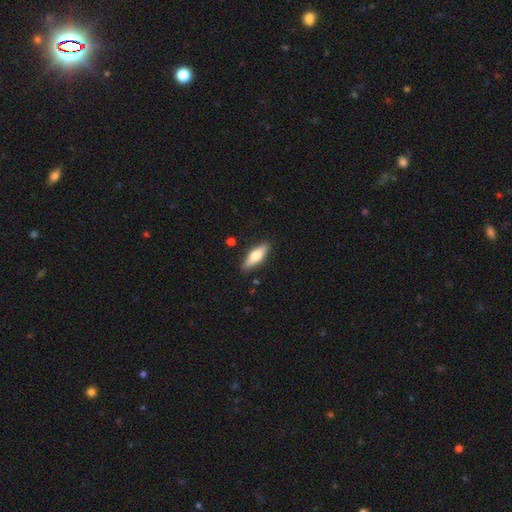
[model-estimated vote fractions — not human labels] The model was most divided on "how rounded": in between: 53%, cigar-shaped: 44%, round: 2%. More confident: merging — none (88%); smooth or featured — smooth (57%).